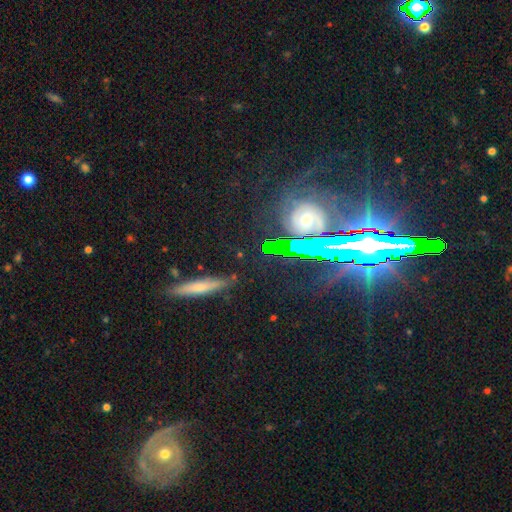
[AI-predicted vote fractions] A star or artifact, not a galaxy (54%).